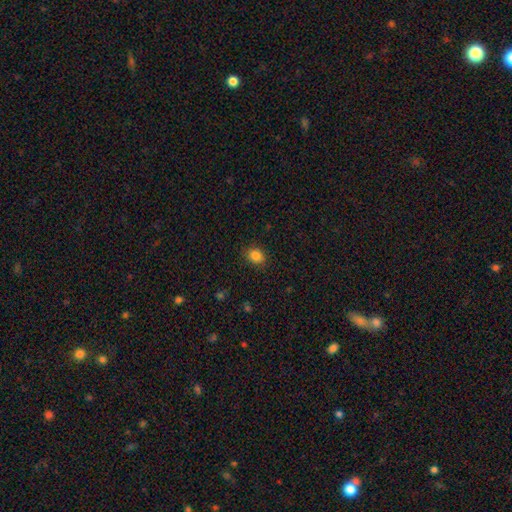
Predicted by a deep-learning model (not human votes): Smooth or featured?
  - smooth: 84% *
  - star or artifact: 11%
  - featured or disk: 5%
How rounded?
  - round: 53% *
  - in between: 46%
  - cigar-shaped: 1%
Merging?
  - none: 88% *
  - minor disturbance: 9%
  - major disturbance: 2%
  - merger: 1%